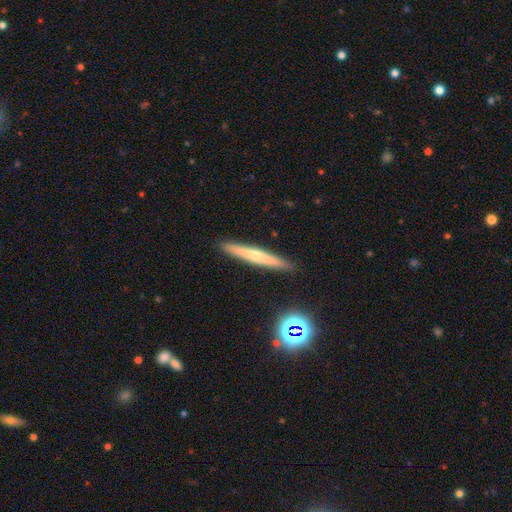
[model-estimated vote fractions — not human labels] A featured or disk galaxy (48%). Merging: none (91%).